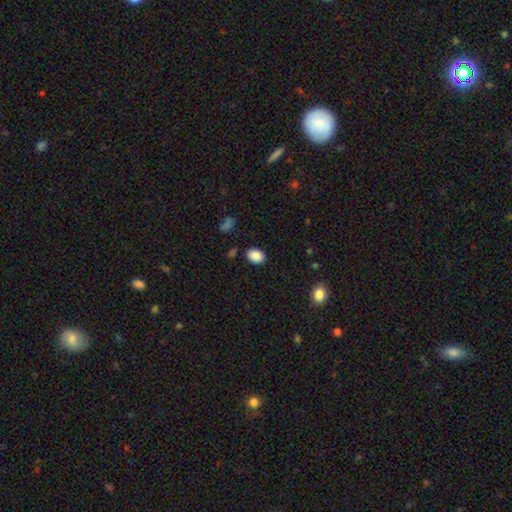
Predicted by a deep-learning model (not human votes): smooth-or-featured: smooth: 88% | star or artifact: 8% | featured or disk: 4%
  how-rounded: in between: 78% | round: 21% | cigar-shaped: 1%
  merging: none: 84% | minor disturbance: 11% | major disturbance: 3% | merger: 2%